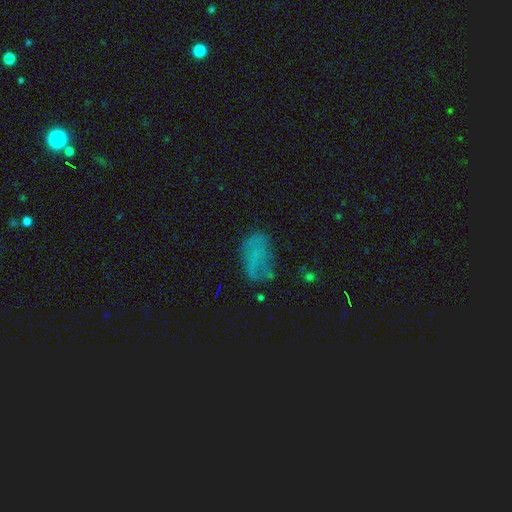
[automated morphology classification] Overall: smooth (51%; featured or disk 26%). How rounded: in between (88%). Merging: none (53%; minor disturbance 25%).